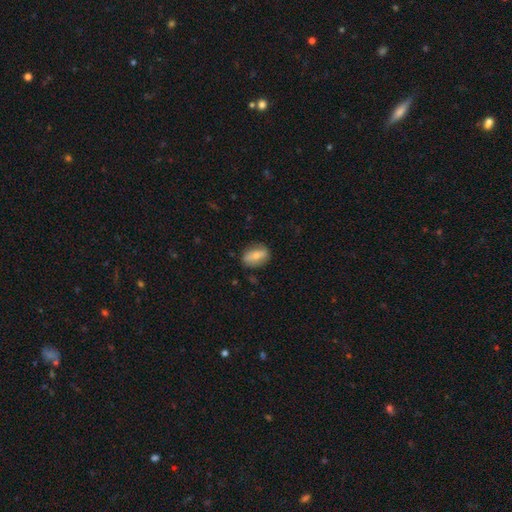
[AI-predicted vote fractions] Q: Smooth or featured?
A: smooth (60%); runner-up: featured or disk (33%)
Q: How rounded?
A: in between (80%); runner-up: round (13%)
Q: Merging?
A: none (80%); runner-up: minor disturbance (15%)